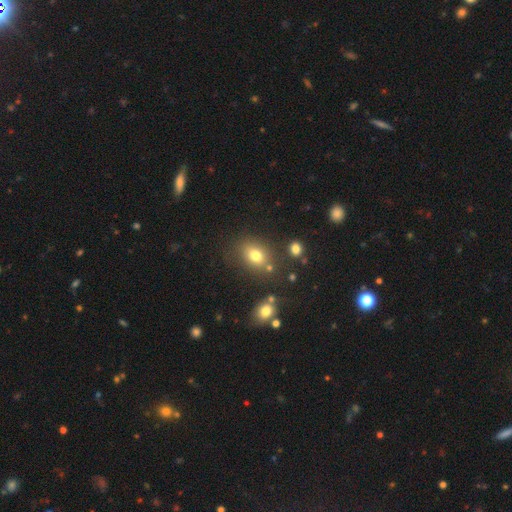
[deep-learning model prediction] The model was most divided on "how rounded": in between: 63%, round: 35%, cigar-shaped: 1%. More confident: smooth or featured — smooth (76%); merging — none (73%).